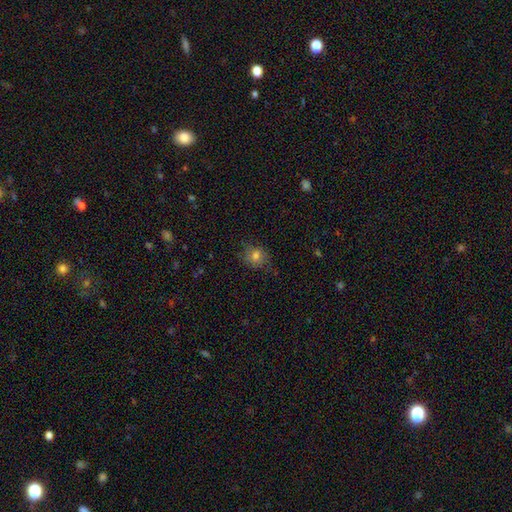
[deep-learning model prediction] Q: Smooth or featured?
A: smooth (75%); runner-up: featured or disk (12%)
Q: How rounded?
A: round (67%); runner-up: in between (32%)
Q: Merging?
A: none (71%); runner-up: minor disturbance (21%)